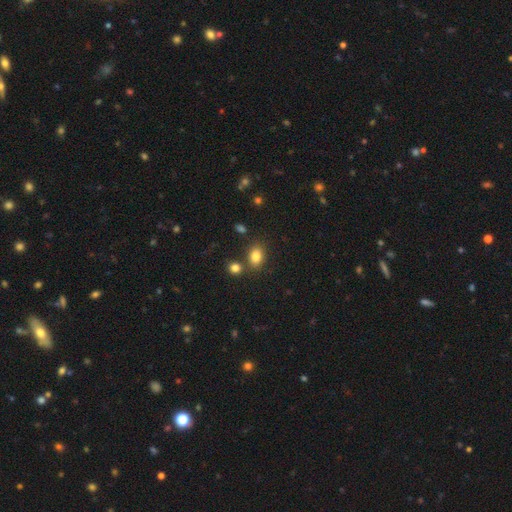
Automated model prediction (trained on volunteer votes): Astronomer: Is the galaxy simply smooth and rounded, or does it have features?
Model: smooth — 83%.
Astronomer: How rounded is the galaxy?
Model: in between — 73%.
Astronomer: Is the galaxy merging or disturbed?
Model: none — 71%.